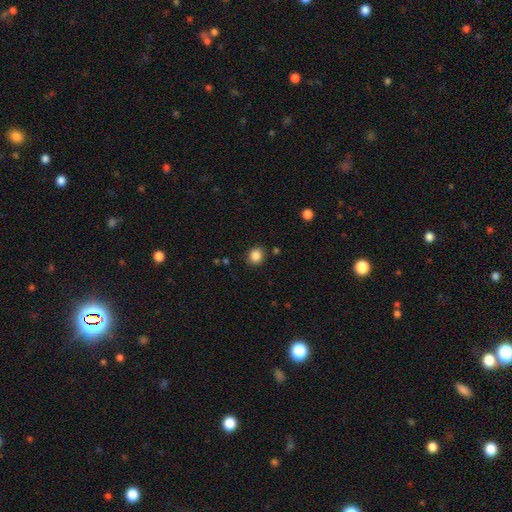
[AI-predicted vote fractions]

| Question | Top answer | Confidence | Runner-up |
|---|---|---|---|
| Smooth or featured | smooth | 86% | star or artifact (10%) |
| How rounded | round | 84% | in between (15%) |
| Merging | none | 86% | minor disturbance (9%) |